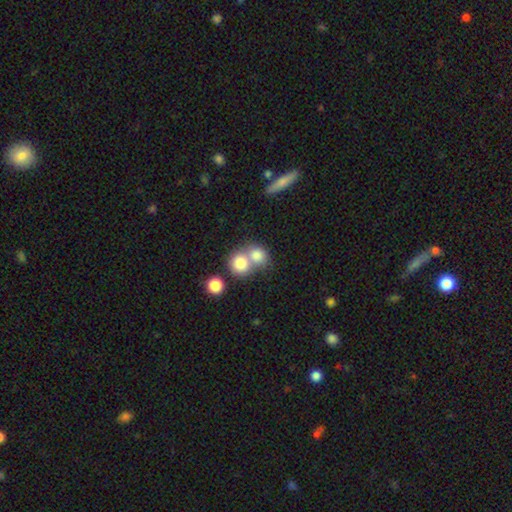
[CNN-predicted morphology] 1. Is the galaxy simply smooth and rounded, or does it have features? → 56% smooth, 25% star or artifact, 19% featured or disk.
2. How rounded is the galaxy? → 70% round, 25% in between, 5% cigar-shaped.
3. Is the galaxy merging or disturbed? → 48% none, 40% merger, 7% minor disturbance, 4% major disturbance.